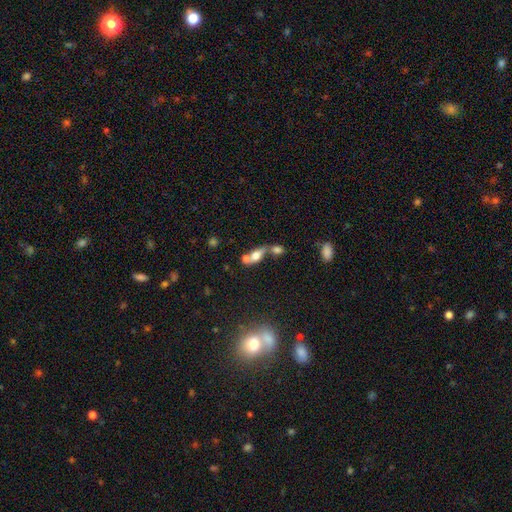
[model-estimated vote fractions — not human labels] A smooth galaxy with no disk features (63%) that is in between round and cigar-shaped (70%). Merging: merger (62%).